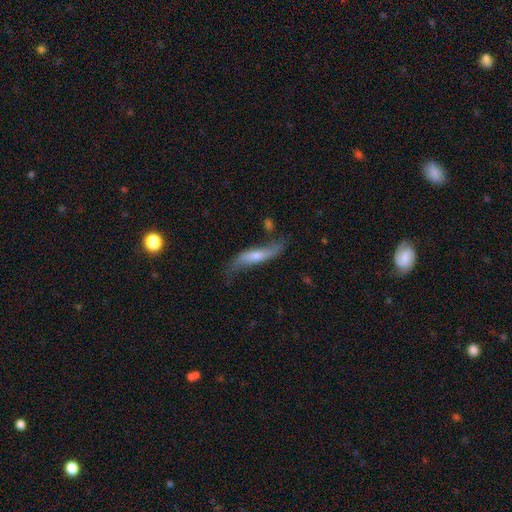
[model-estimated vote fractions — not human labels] Morphology: type=featured or disk (68%); edge-on=no (59%); merging=none (57%).